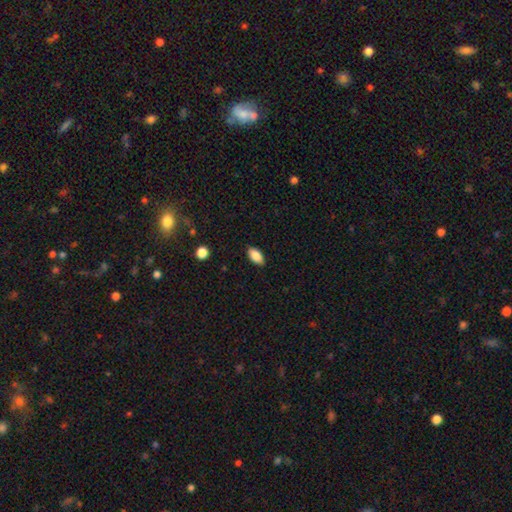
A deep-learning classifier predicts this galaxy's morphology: Smooth or featured? Predicted: smooth (p=0.87). How rounded? Predicted: in between (p=0.92). Merging? Predicted: none (p=0.87).